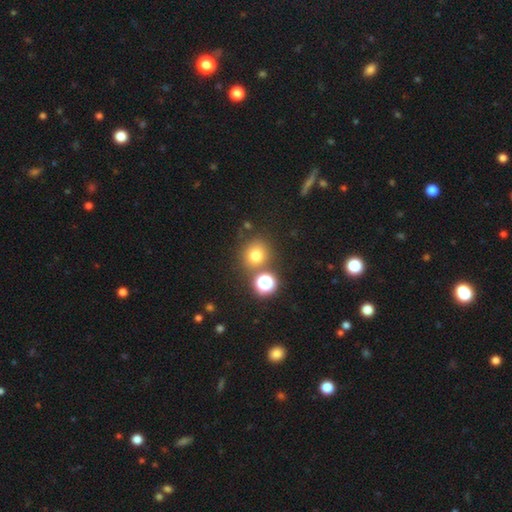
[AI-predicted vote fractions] Q: Smooth or featured?
A: smooth (72%); runner-up: star or artifact (19%)
Q: How rounded?
A: round (86%); runner-up: in between (13%)
Q: Merging?
A: none (74%); runner-up: merger (13%)